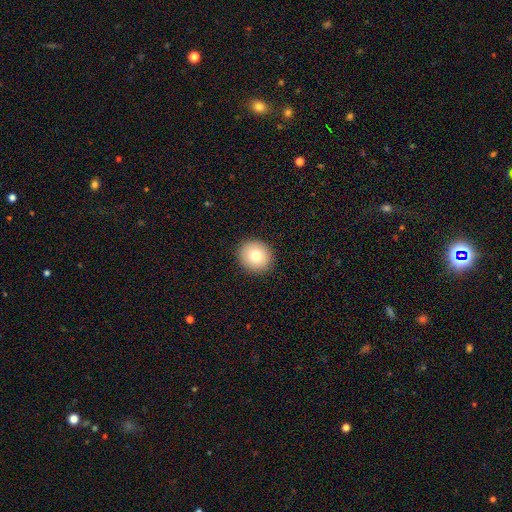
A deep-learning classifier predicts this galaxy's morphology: Smooth or featured? smooth (78%)
How rounded? round (91%)
Merging? none (92%)